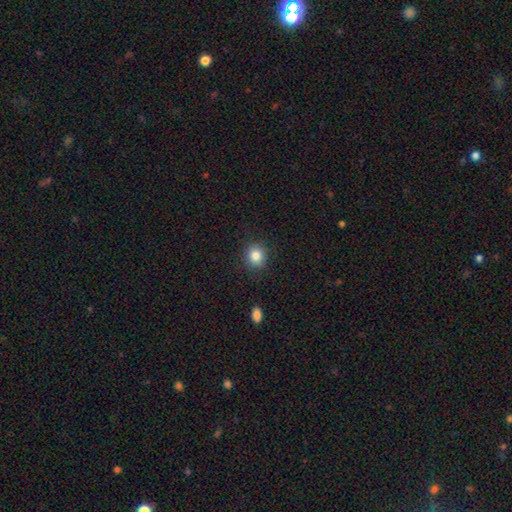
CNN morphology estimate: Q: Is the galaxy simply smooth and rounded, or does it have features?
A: smooth — 85%.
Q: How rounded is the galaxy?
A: round — 81%.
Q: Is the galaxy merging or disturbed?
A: none — 89%.